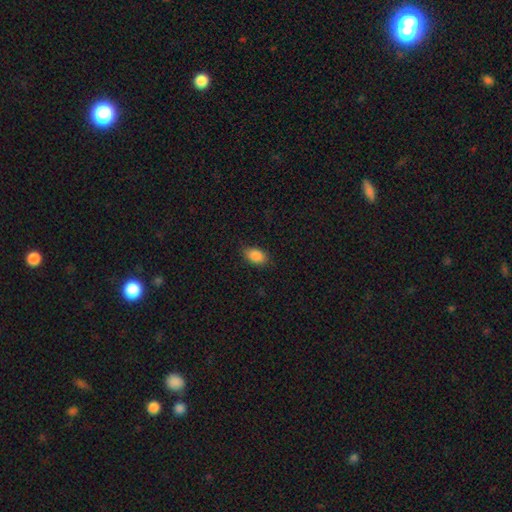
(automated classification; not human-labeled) This appears to be a smooth galaxy with no disk features (88%) that is in between round and cigar-shaped (89%). Merging: none (83%).